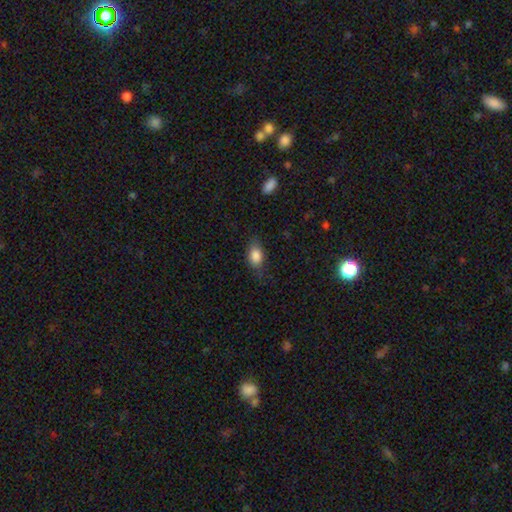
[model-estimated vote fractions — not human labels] Q: Smooth or featured?
A: smooth (84%); runner-up: star or artifact (8%)
Q: How rounded?
A: in between (83%); runner-up: round (12%)
Q: Merging?
A: none (71%); runner-up: minor disturbance (21%)